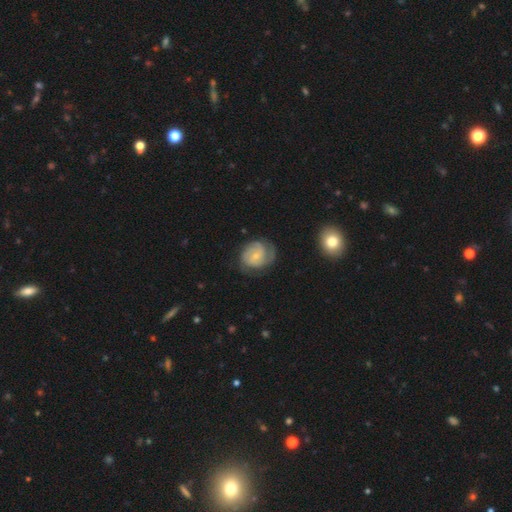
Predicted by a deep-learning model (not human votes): This is likely a featured or disk galaxy (72%). It is clearly not viewed edge-on (98%). Bar: likely no (64%). Spiral arm pattern: clearly yes (92%). Spiral arm count: possibly 2 (52%). Spiral winding: possibly tight (55%). Central bulge: likely small (70%). Merging: likely none (64%).